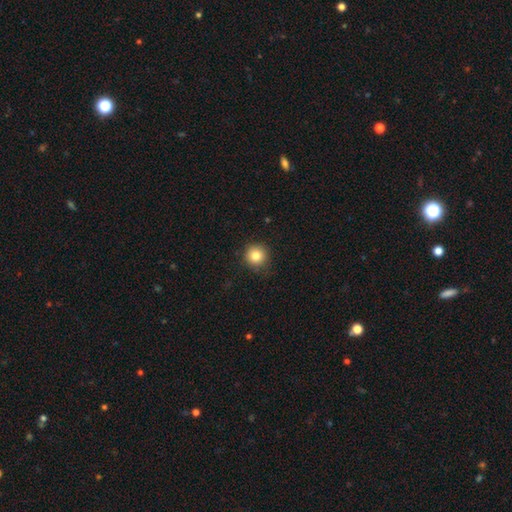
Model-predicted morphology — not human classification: This is clearly a smooth galaxy (82%). How rounded: clearly round (94%). Merging: clearly none (87%).